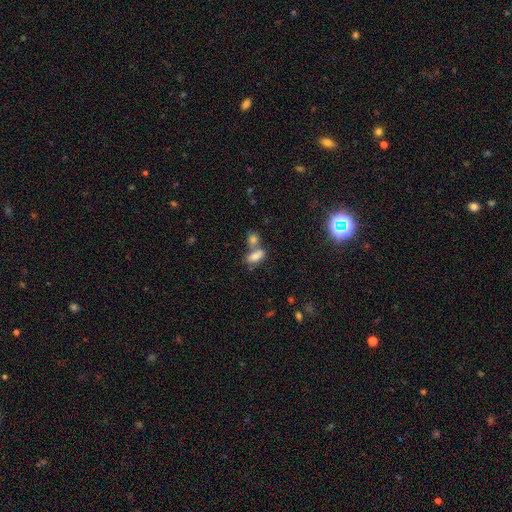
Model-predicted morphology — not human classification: smooth 77%, featured or disk 12%, star or artifact 11%. Down the decision tree: how rounded — in between (81%); merging — merger (46%).